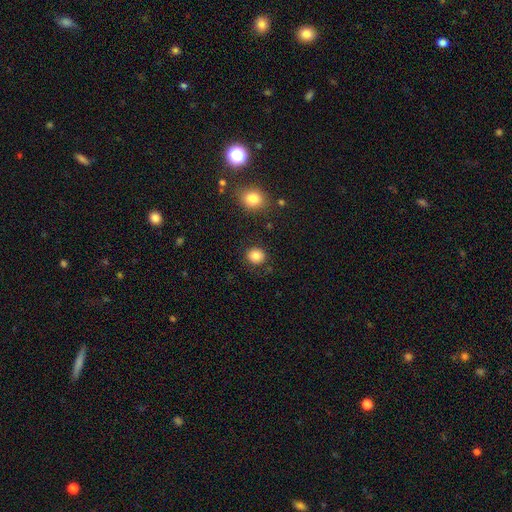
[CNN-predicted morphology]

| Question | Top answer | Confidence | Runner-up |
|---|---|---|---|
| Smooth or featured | smooth | 84% | star or artifact (11%) |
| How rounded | round | 83% | in between (16%) |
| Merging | none | 87% | minor disturbance (8%) |